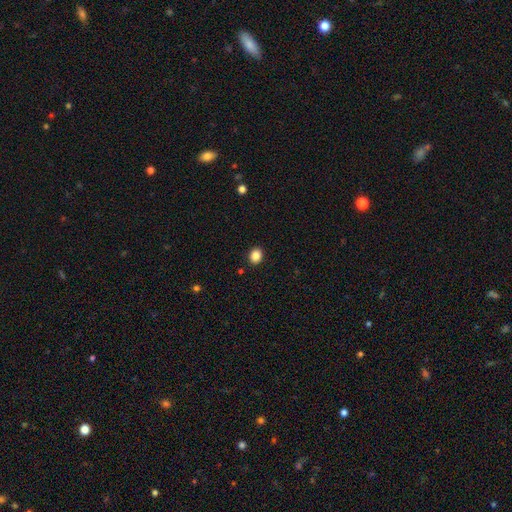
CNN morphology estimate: This appears to be a smooth galaxy with no disk features (87%) that is round (56%). Merging: none (91%).